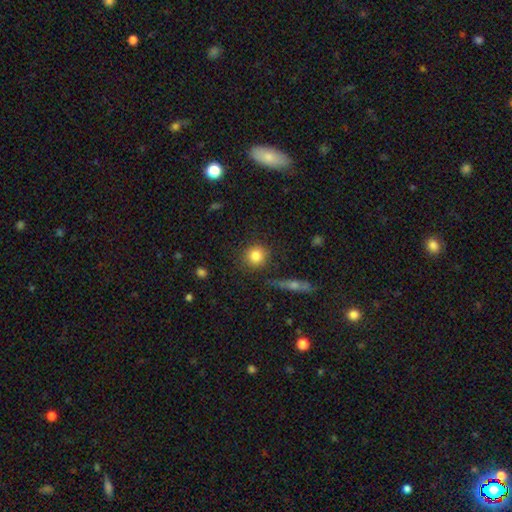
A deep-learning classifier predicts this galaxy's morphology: Smooth or featured?
  - smooth: 82% *
  - star or artifact: 10%
  - featured or disk: 8%
How rounded?
  - round: 91% *
  - in between: 8%
  - cigar-shaped: 1%
Merging?
  - none: 85% *
  - minor disturbance: 9%
  - merger: 3%
  - major disturbance: 3%